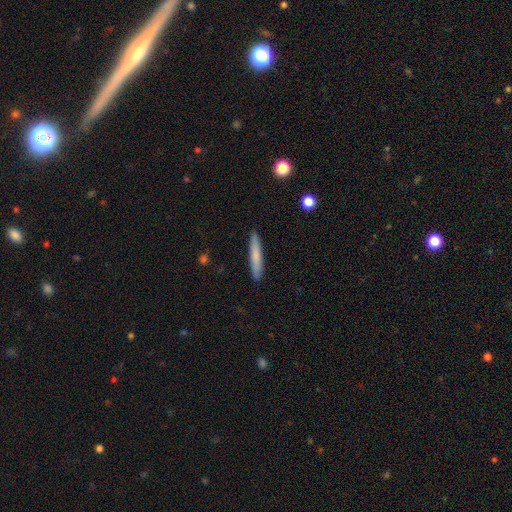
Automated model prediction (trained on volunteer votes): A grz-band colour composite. It shows a smooth galaxy with no disk features (74%) that is cigar-shaped (95%). Merging: none (90%).